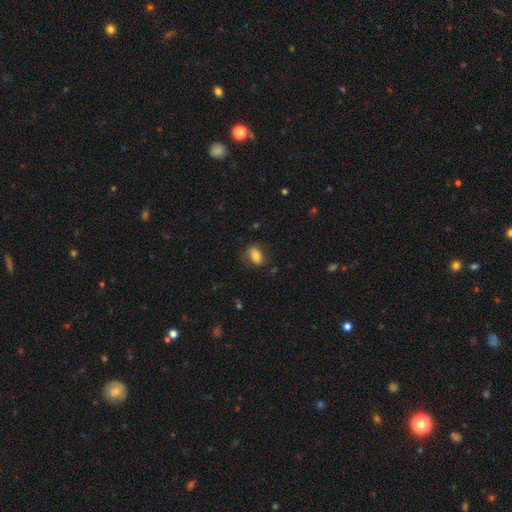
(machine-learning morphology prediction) This appears to be a smooth galaxy with no disk features (76%) that is in between round and cigar-shaped (87%). Merging: none (68%).